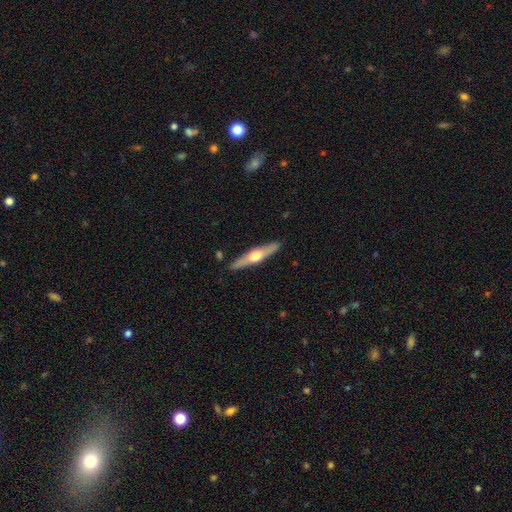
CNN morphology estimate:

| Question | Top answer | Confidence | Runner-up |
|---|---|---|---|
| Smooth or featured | featured or disk | 61% | smooth (34%) |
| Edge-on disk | yes | 94% | no (6%) |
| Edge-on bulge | rounded | 93% | boxy (3%) |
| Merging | none | 88% | minor disturbance (9%) |